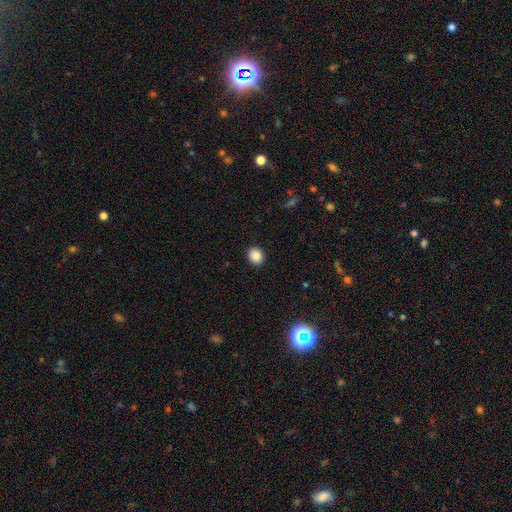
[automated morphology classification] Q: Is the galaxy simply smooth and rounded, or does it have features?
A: smooth — 88%.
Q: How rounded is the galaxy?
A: round — 69%.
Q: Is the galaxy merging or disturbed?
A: none — 91%.